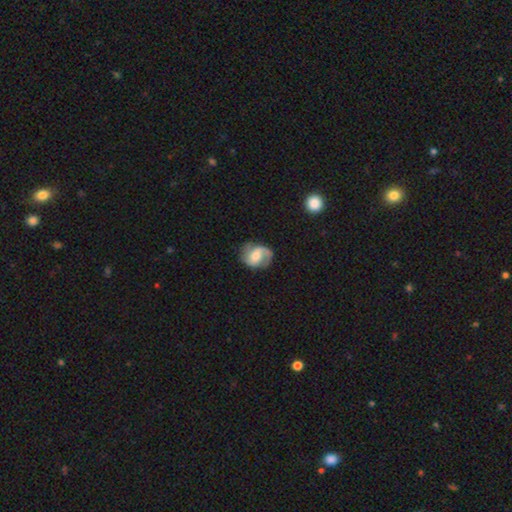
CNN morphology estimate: This appears to be a featured or disk galaxy (70%) with no bar (44%), 2 (73%) medium (47%) spiral arms (92%) and a moderate central bulge (50%). Merging: none (65%).